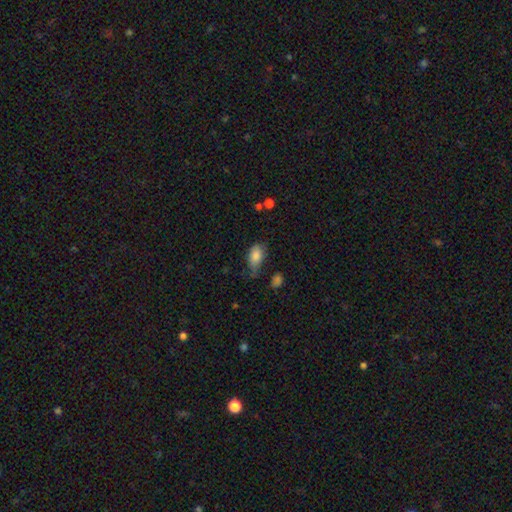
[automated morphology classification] A smooth galaxy with no disk features (82%) that is in between round and cigar-shaped (90%). Merging: none (40%, tied with minor disturbance).